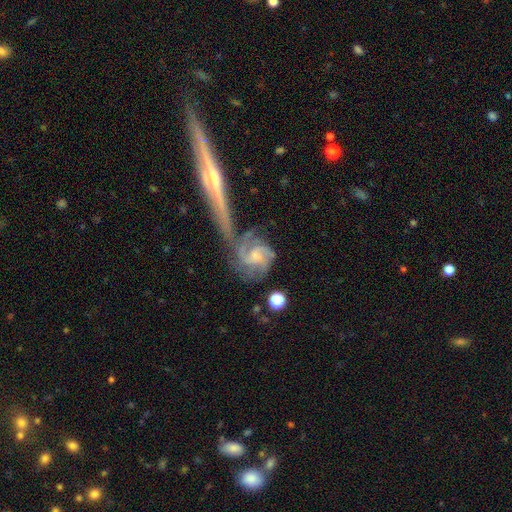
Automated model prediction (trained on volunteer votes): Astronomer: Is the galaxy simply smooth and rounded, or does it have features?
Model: featured or disk — 78%.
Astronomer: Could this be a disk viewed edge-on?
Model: no — 96%.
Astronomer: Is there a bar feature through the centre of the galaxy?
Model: no — 56% (runner-up: weak, 35%).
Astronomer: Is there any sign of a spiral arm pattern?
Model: yes — 92%.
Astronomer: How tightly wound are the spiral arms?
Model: medium — 46% (runner-up: tight, 37%).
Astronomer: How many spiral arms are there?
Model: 3 — 31% (runner-up: 2, 27%).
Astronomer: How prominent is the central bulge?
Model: small — 37% (runner-up: moderate, 36%).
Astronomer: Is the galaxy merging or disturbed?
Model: none — 40% (runner-up: merger, 25%).